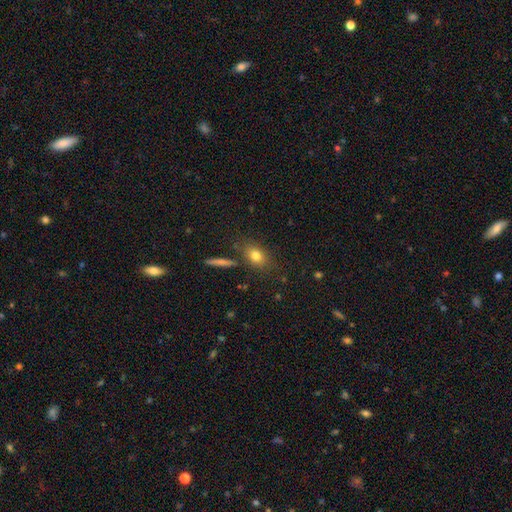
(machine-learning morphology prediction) Q: Smooth or featured?
A: smooth (78%); runner-up: featured or disk (12%)
Q: How rounded?
A: in between (69%); runner-up: round (27%)
Q: Merging?
A: none (77%); runner-up: minor disturbance (12%)